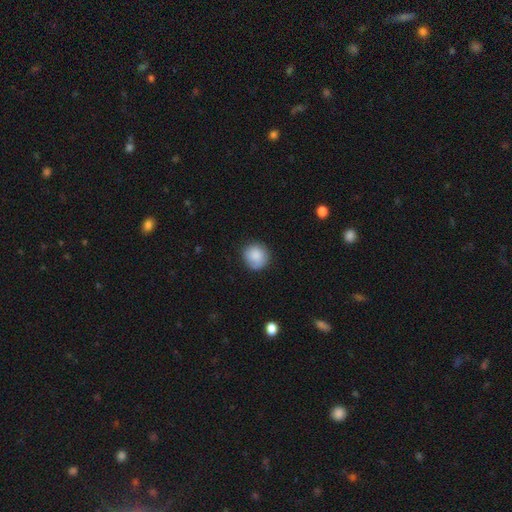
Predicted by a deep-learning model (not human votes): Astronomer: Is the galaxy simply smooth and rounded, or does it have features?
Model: smooth — 86%.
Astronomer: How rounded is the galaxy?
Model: round — 91%.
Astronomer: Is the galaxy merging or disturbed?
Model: none — 81%.